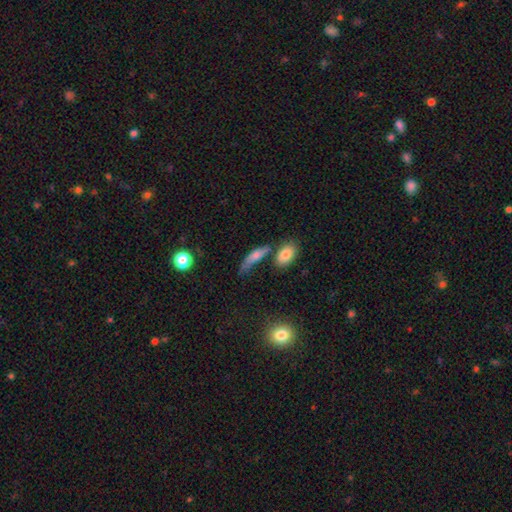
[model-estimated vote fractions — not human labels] Morphology: type=smooth (66%); roundness=cigar-shaped (53%); merging=none (45%).